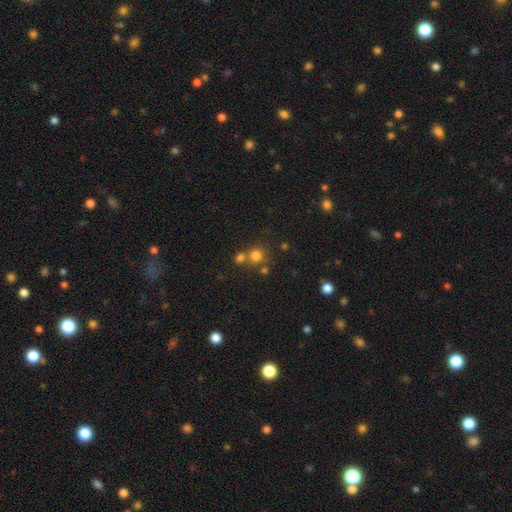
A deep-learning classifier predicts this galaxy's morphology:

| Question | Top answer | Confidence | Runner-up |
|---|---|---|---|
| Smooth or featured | smooth | 76% | star or artifact (16%) |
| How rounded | round | 90% | in between (9%) |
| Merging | none | 60% | merger (29%) |